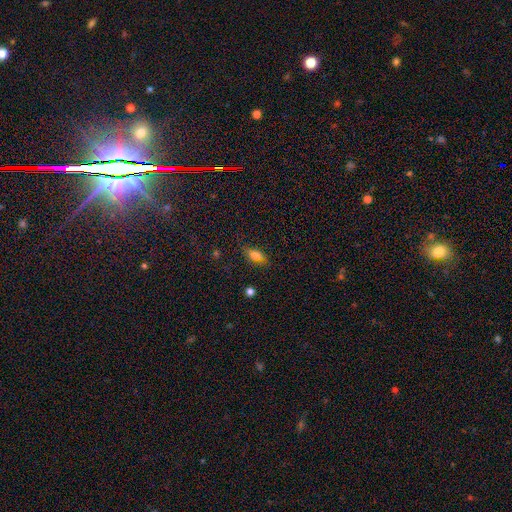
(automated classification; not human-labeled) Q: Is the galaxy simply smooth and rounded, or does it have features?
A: smooth — 77%.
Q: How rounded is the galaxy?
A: in between — 84%.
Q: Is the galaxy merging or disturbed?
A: none — 77%.